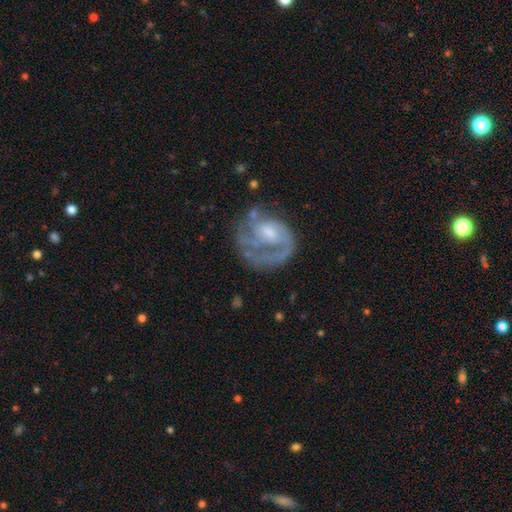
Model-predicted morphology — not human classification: This appears to be a featured or disk galaxy (74%) with no bar (62%), 1 (57%) tight (48%) spiral arms (81%) and a moderate central bulge (45%). Merging: none (52%).